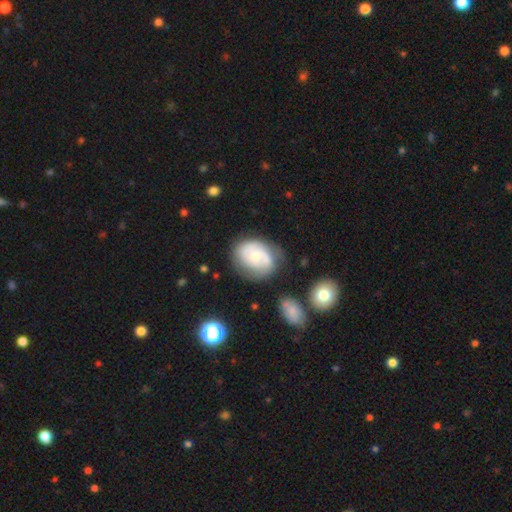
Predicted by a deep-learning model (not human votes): featured or disk 57%, smooth 36%, star or artifact 7%. Down the decision tree: edge-on disk — no (97%); bar — no (73%); spiral arms — yes (79%); bulge size — small (50%); merging — none (58%).